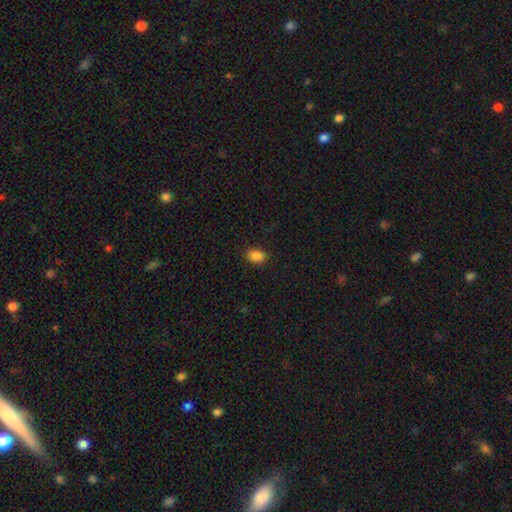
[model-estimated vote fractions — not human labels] smooth_or_featured: smooth (p=0.85) [alt: star or artifact p=0.12]
how_rounded: in between (p=0.77) [alt: round p=0.21]
merging: none (p=0.83) [alt: minor disturbance p=0.12]